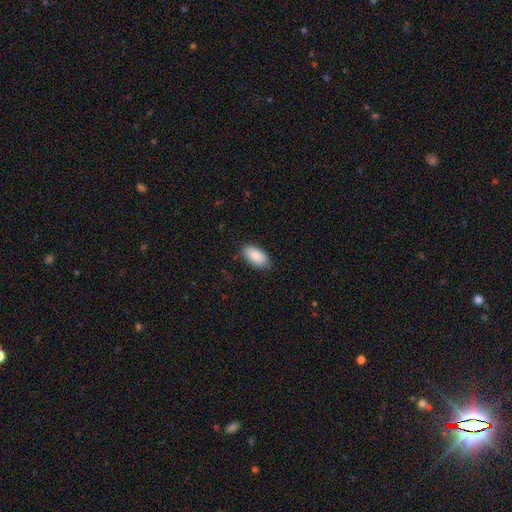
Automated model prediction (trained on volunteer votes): Q: Smooth or featured?
A: smooth (87%); runner-up: featured or disk (7%)
Q: How rounded?
A: in between (95%); runner-up: cigar-shaped (3%)
Q: Merging?
A: none (84%); runner-up: minor disturbance (13%)